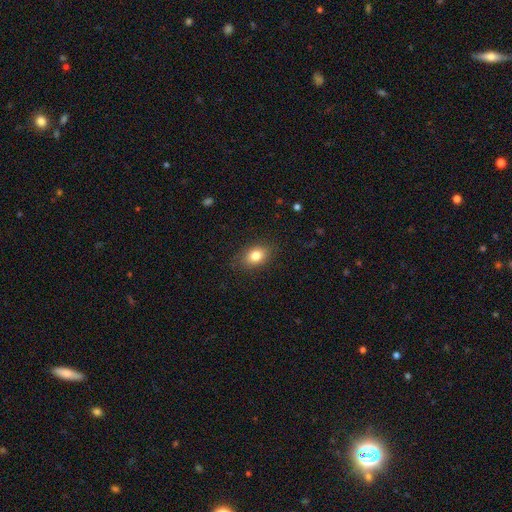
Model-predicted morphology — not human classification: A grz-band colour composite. It shows a smooth galaxy with no disk features (82%) that is in between round and cigar-shaped (79%). Merging: none (84%).